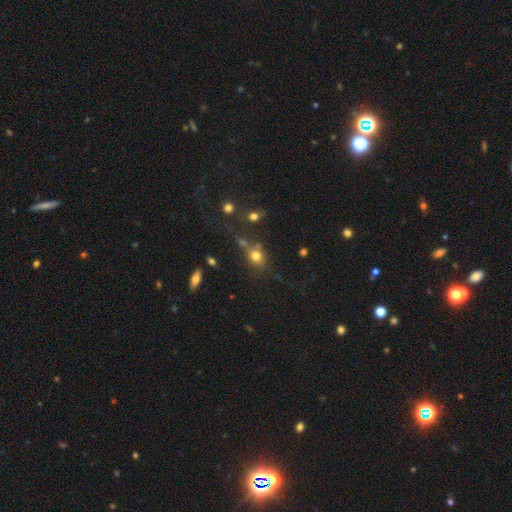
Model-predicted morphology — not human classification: Smooth or featured?
  - smooth: 71% *
  - star or artifact: 17%
  - featured or disk: 12%
How rounded?
  - round: 64% *
  - in between: 34%
  - cigar-shaped: 2%
Merging?
  - none: 57% *
  - merger: 20%
  - minor disturbance: 16%
  - major disturbance: 7%